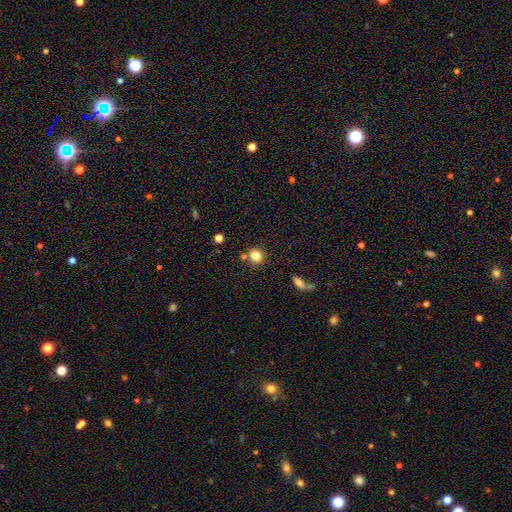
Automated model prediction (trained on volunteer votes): This is clearly a smooth galaxy (80%). How rounded: clearly round (88%). Merging: likely none (76%).